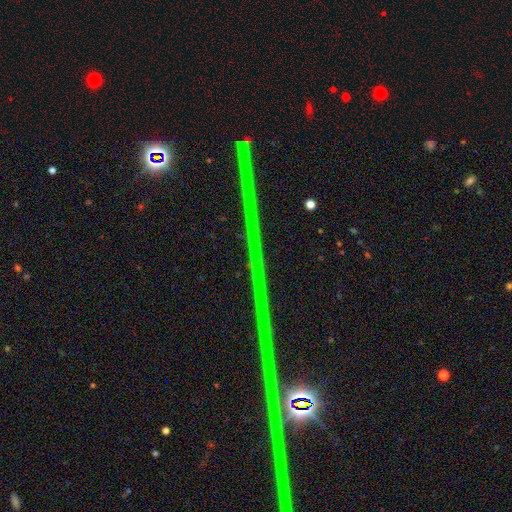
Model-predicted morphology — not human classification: Q: Smooth or featured?
A: star or artifact (84%); runner-up: featured or disk (10%)